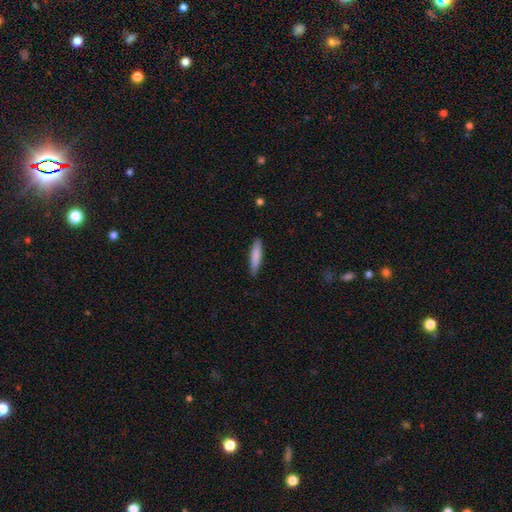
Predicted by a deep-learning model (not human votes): This is clearly a smooth galaxy (83%). How rounded: clearly cigar-shaped (81%). Merging: clearly none (86%).